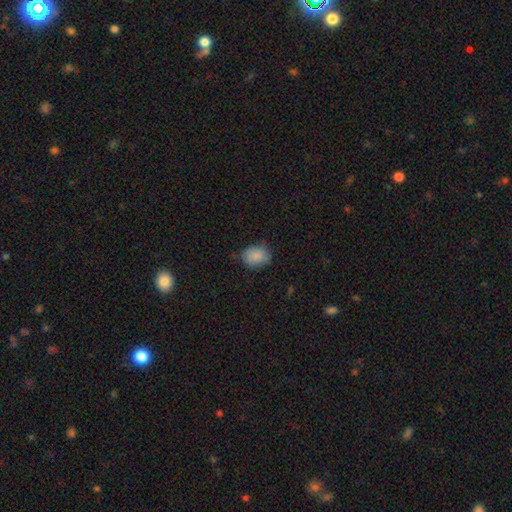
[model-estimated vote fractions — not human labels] smooth-or-featured: smooth: 86% | star or artifact: 8% | featured or disk: 6%
  how-rounded: in between: 58% | round: 41% | cigar-shaped: 1%
  merging: none: 74% | minor disturbance: 20% | major disturbance: 4% | merger: 1%